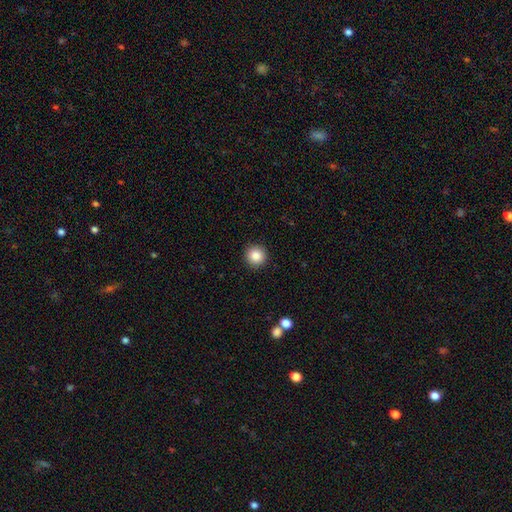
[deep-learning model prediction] Smooth or featured?
  - smooth: 86% *
  - star or artifact: 9%
  - featured or disk: 5%
How rounded?
  - round: 95% *
  - in between: 4%
  - cigar-shaped: 1%
Merging?
  - none: 92% *
  - minor disturbance: 5%
  - major disturbance: 2%
  - merger: 1%